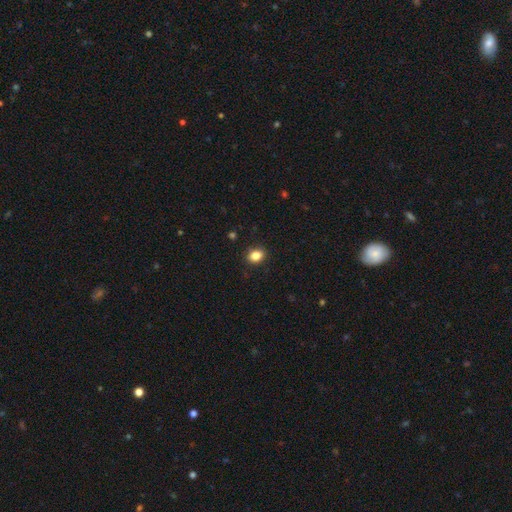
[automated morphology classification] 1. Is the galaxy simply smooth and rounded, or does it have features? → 85% smooth, 10% star or artifact, 5% featured or disk.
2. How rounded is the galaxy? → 64% in between, 35% round, 1% cigar-shaped.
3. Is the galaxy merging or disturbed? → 89% none, 8% minor disturbance, 2% major disturbance, 1% merger.